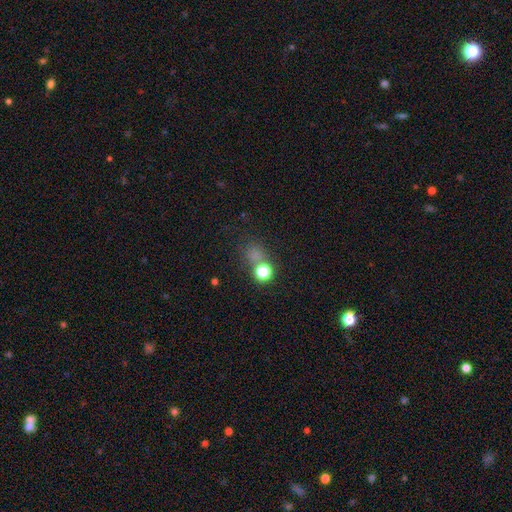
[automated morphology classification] This appears to be a smooth galaxy with no disk features (64%) that is round (80%). Merging: none (64%).